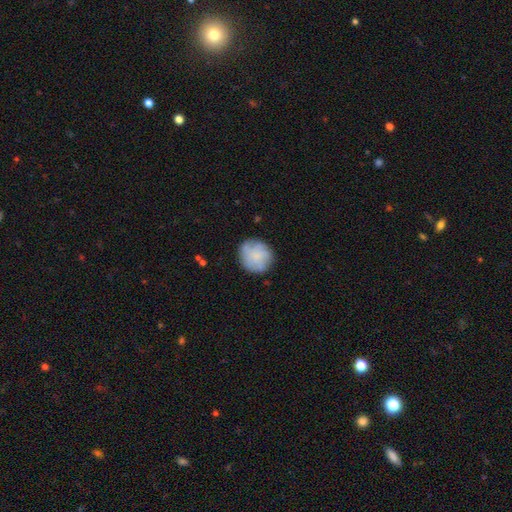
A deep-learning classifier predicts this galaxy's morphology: Smooth or featured? smooth (61%)
How rounded? round (85%)
Merging? none (75%)